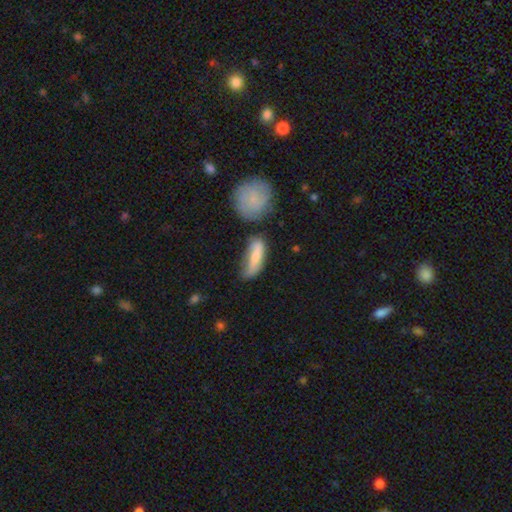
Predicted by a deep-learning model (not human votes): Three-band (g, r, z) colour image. It shows a smooth galaxy with no disk features (67%) that is in between round and cigar-shaped (58%). Merging: none (42%).